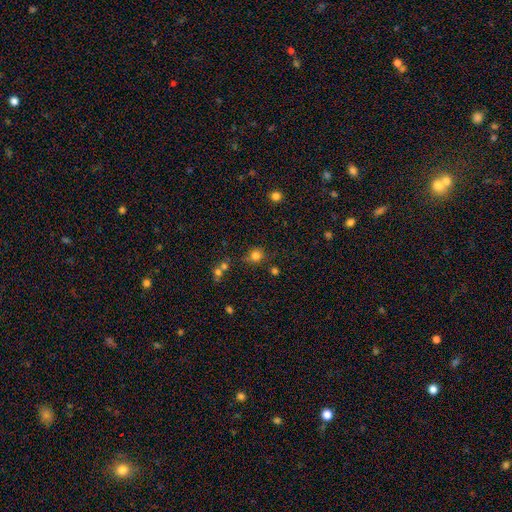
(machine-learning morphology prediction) This is likely a smooth galaxy (80%). How rounded: likely round (78%). Merging: likely none (71%).